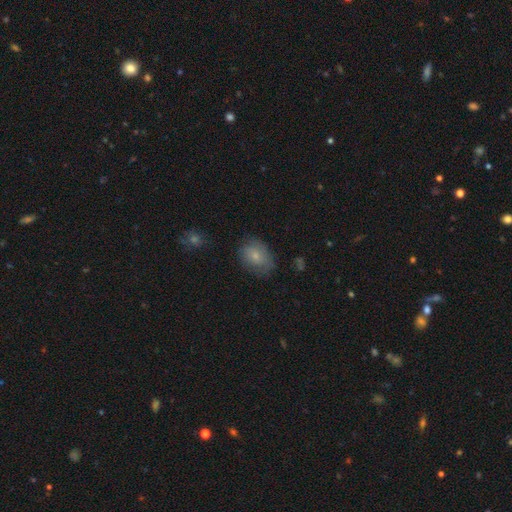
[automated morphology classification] smooth 76%, featured or disk 16%, star or artifact 8%. Down the decision tree: how rounded — in between (65%); merging — none (67%).